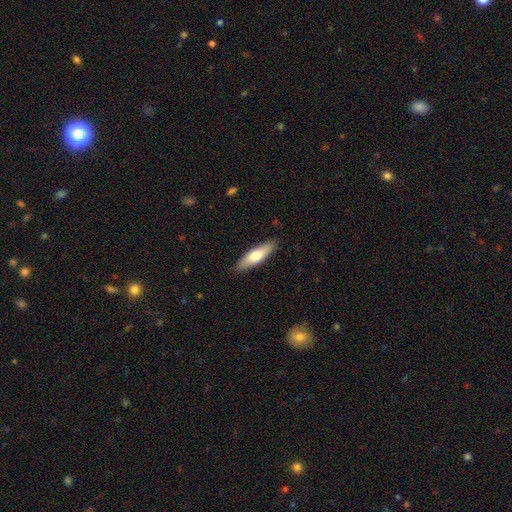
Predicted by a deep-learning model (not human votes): Smooth or featured?
  - smooth: 66% *
  - featured or disk: 28%
  - star or artifact: 5%
How rounded?
  - cigar-shaped: 57% *
  - in between: 41%
  - round: 2%
Merging?
  - none: 88% *
  - minor disturbance: 10%
  - major disturbance: 2%
  - merger: 1%